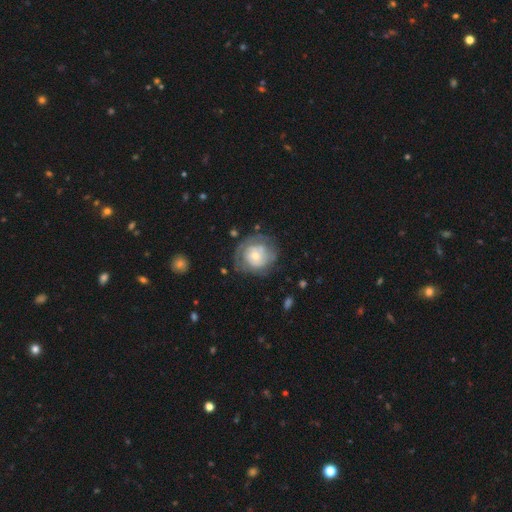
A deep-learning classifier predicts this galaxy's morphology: A featured or disk galaxy (65%) with no bar (80%), spiral arms (68%) and a small central bulge (54%). Merging: none (62%).